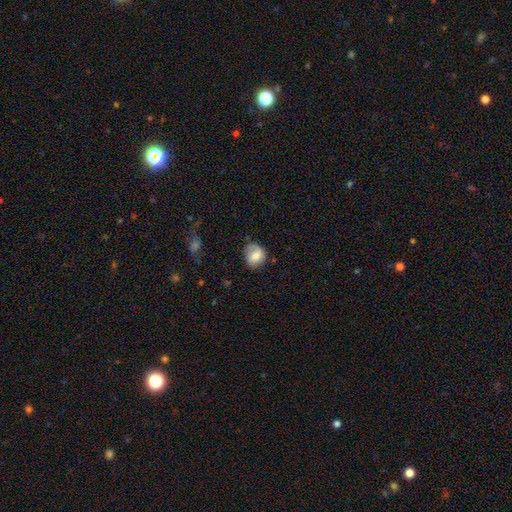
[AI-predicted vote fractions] Morphology: type=smooth (64%); roundness=round (66%); merging=none (59%).